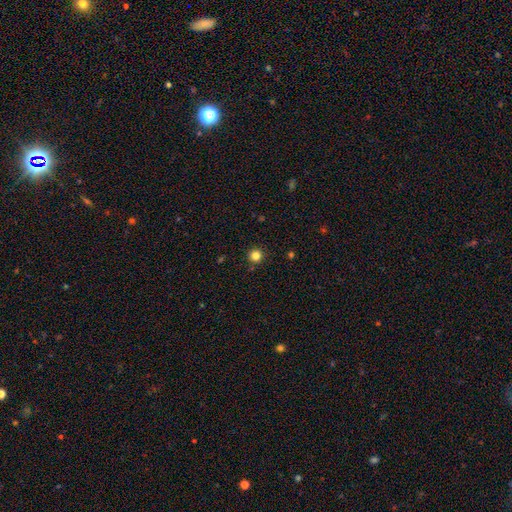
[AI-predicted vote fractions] Smooth or featured?
  - smooth: 82% *
  - star or artifact: 14%
  - featured or disk: 4%
How rounded?
  - round: 95% *
  - in between: 4%
  - cigar-shaped: 1%
Merging?
  - none: 91% *
  - minor disturbance: 6%
  - major disturbance: 2%
  - merger: 1%